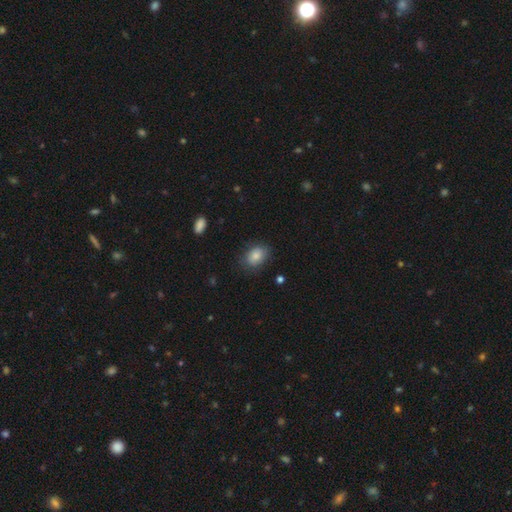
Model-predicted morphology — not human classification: Smooth or featured? Predicted: smooth (p=0.84). How rounded? Predicted: in between (p=0.79). Merging? Predicted: none (p=0.79).